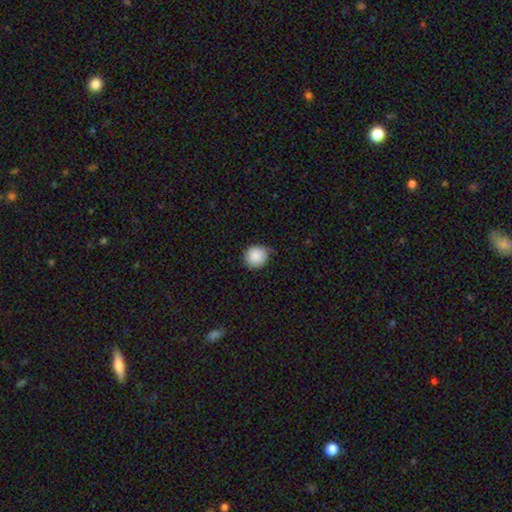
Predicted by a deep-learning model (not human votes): This appears to be a smooth galaxy with no disk features (87%) that is round (89%). Merging: none (67%).